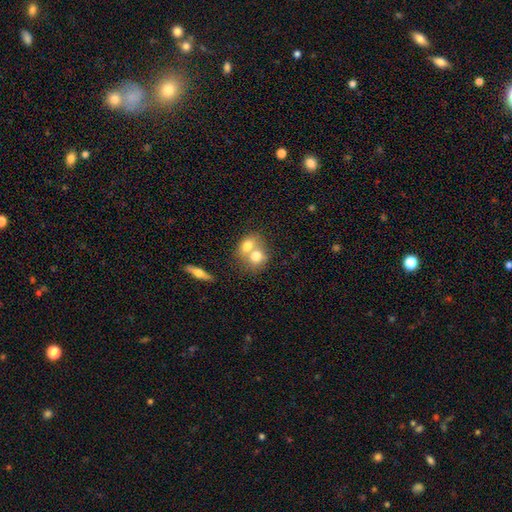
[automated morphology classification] This is likely a smooth galaxy (71%). How rounded: possibly round (54%). Merging: likely merger (70%).